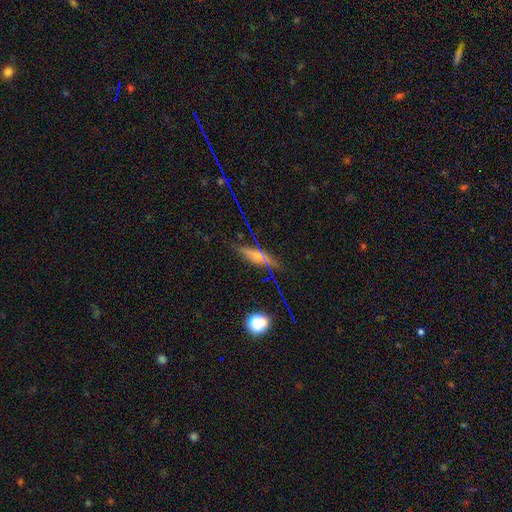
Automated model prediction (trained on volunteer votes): Smooth or featured: smooth — 39% (featured or disk — 33%)
Merging: none — 82% (minor disturbance — 12%)